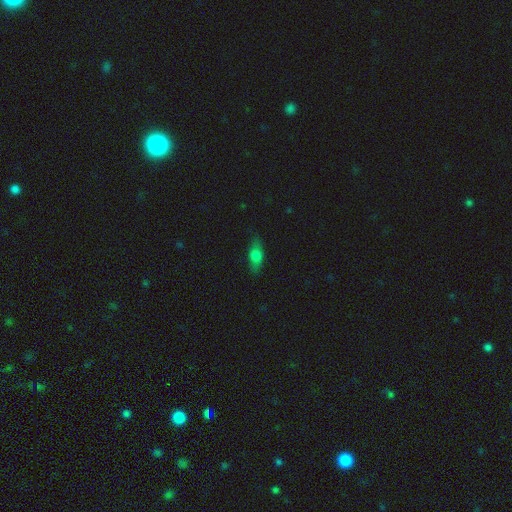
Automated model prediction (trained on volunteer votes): A smooth galaxy with no disk features (64%) that is in between round and cigar-shaped (69%). Merging: none (81%).